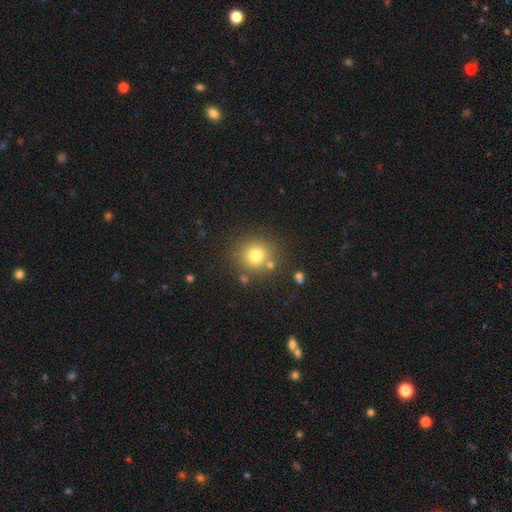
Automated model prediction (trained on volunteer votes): Overall: smooth (77%). How rounded: round (87%). Merging: none (78%).